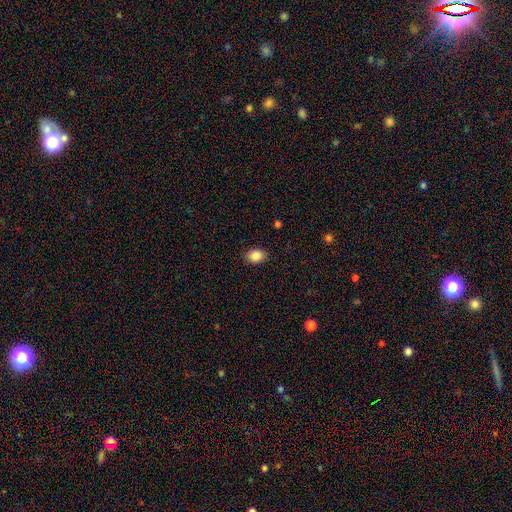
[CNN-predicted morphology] A smooth galaxy with no disk features (87%) that is in between round and cigar-shaped (60%). Merging: none (88%).